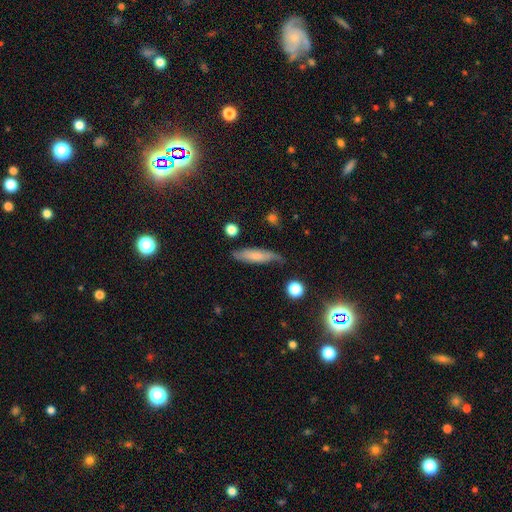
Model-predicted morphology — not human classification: Overall: smooth (63%; featured or disk 30%). How rounded: cigar-shaped (66%; in between 32%). Merging: none (66%).